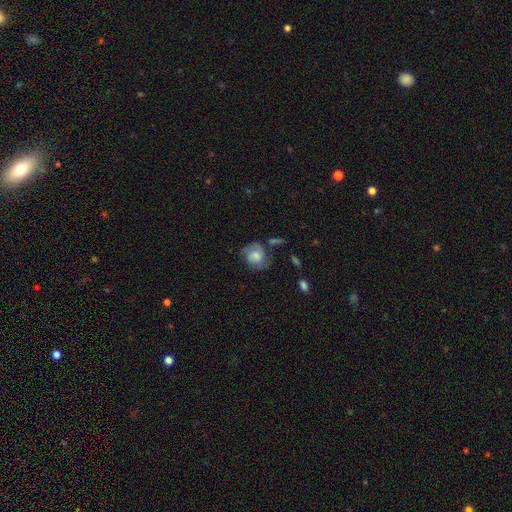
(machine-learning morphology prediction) This is possibly a featured or disk galaxy (49%). Merging: possibly none (57%).